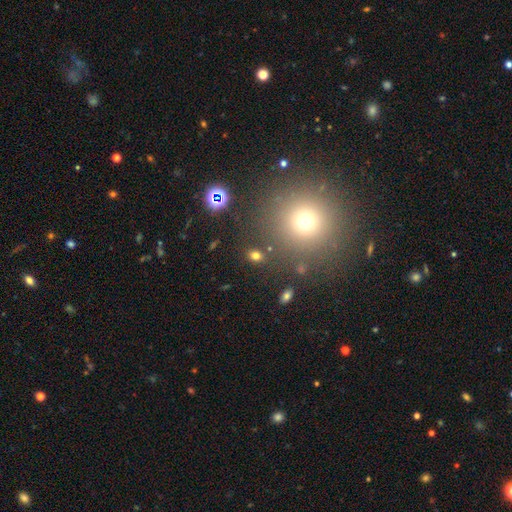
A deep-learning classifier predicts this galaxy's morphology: Smooth or featured: smooth — 71% (star or artifact — 22%)
How rounded: round — 51% (in between — 47%)
Merging: none — 83% (minor disturbance — 8%)